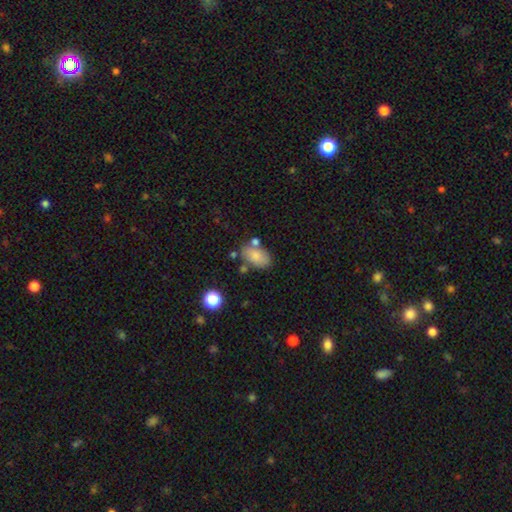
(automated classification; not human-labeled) Smooth or featured: smooth — 79% (featured or disk — 13%)
How rounded: in between — 91% (round — 8%)
Merging: none — 66% (minor disturbance — 16%)